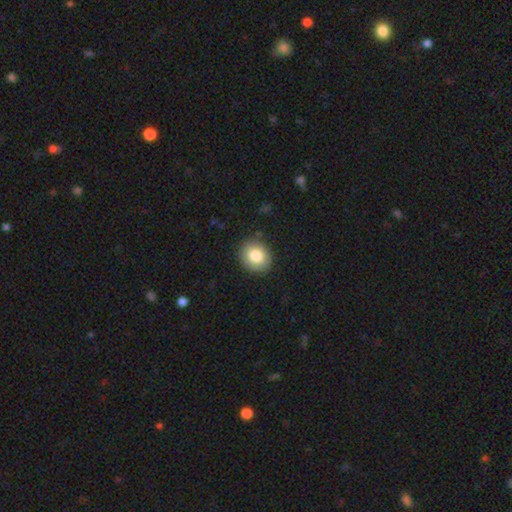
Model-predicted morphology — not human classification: type=smooth (82%); roundness=round (65%); merging=none (87%).